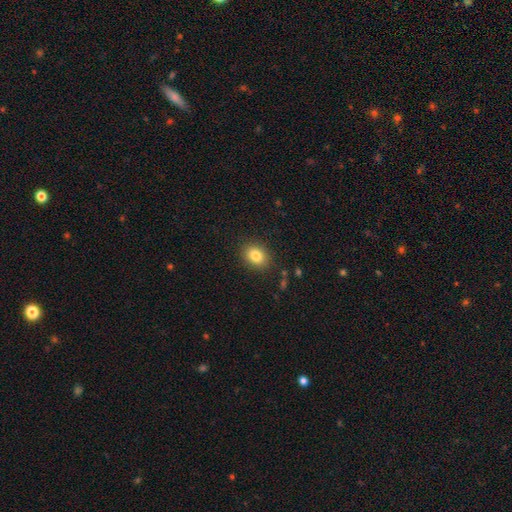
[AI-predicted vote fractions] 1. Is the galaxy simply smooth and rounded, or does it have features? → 83% smooth, 10% star or artifact, 7% featured or disk.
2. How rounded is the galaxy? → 59% in between, 40% round, 1% cigar-shaped.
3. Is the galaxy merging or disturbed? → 87% none, 9% minor disturbance, 3% major disturbance, 1% merger.